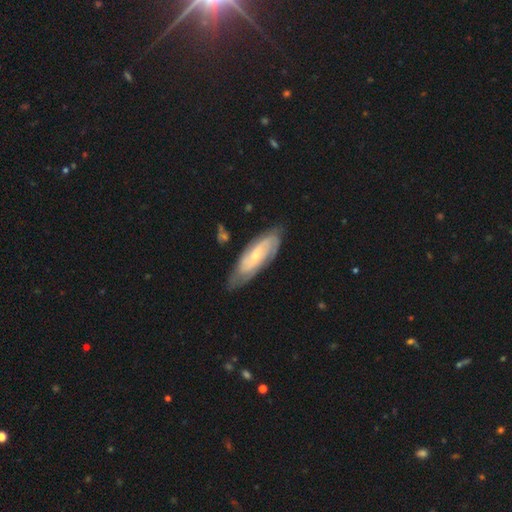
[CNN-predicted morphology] Overall: featured or disk (72%). Edge-on disk: no (87%). Bar: no (59%; weak 32%). Spiral arms: yes (91%). Spiral arm count: 2 (42%; can't tell 36%). Spiral winding: tight (55%; medium 35%). Bulge size: small (69%). Merging: none (73%).